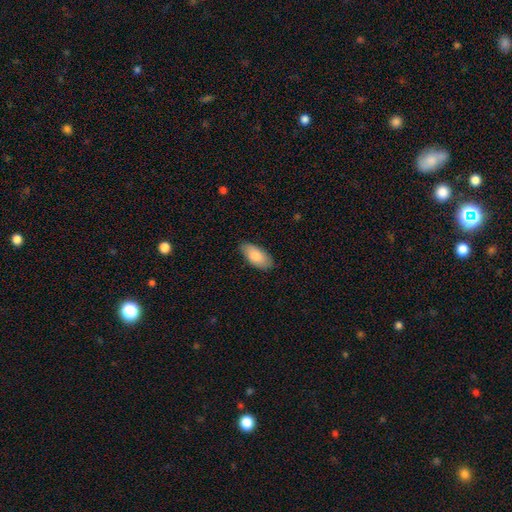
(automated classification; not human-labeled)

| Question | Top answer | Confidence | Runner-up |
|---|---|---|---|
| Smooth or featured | smooth | 85% | featured or disk (9%) |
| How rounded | in between | 91% | cigar-shaped (7%) |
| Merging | none | 84% | minor disturbance (13%) |